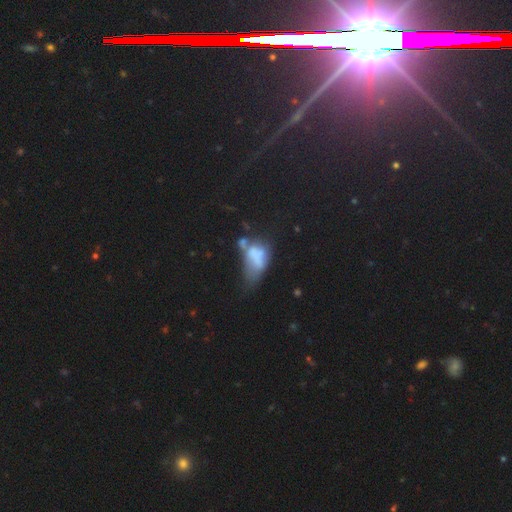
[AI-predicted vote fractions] A smooth galaxy with no disk features (51%) that is in between round and cigar-shaped (85%).

Vote fractions:
- Smooth or featured? smooth: 51% / featured or disk: 37% / star or artifact: 13%
- How rounded? in between: 85% / round: 10% / cigar-shaped: 4%
- Merging? merger: 37% / major disturbance: 32% / minor disturbance: 17% / none: 14%